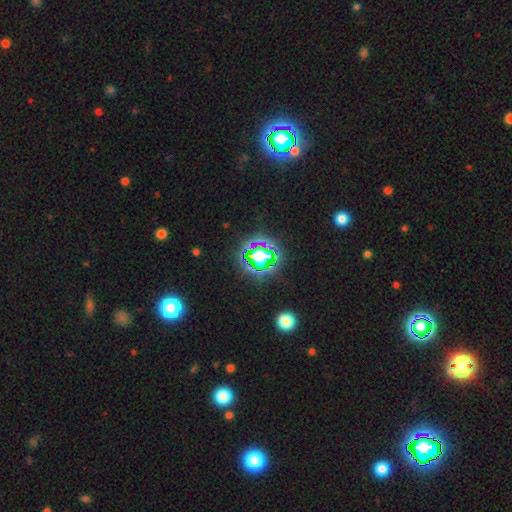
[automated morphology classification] The model was most divided on "smooth or featured": star or artifact: 56%, smooth: 28%, featured or disk: 16%.